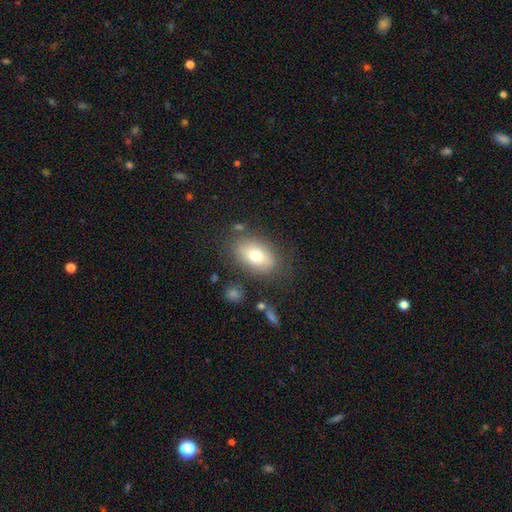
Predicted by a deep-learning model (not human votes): Smooth or featured?
  - smooth: 73% *
  - featured or disk: 18%
  - star or artifact: 9%
How rounded?
  - in between: 86% *
  - round: 12%
  - cigar-shaped: 2%
Merging?
  - none: 79% *
  - minor disturbance: 13%
  - major disturbance: 5%
  - merger: 3%